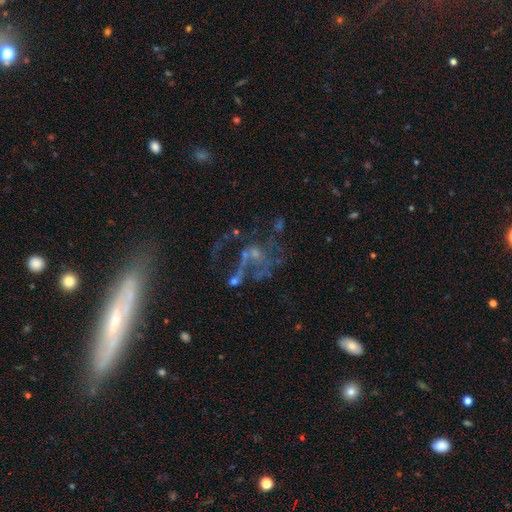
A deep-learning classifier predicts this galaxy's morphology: A featured or disk galaxy (60%) with no bar (83%), no spiral arms (68%) and no central bulge (46%). Merging: major disturbance (39%).